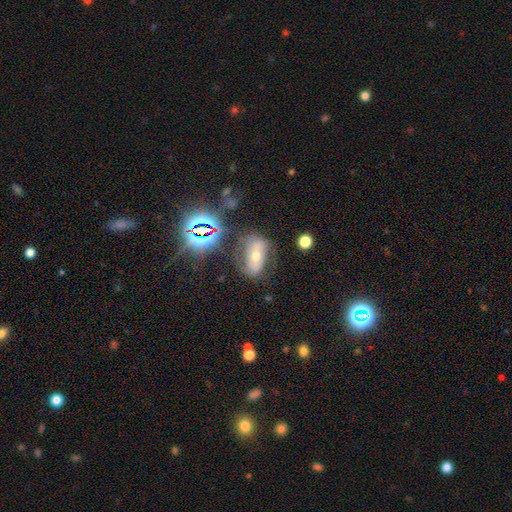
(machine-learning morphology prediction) A featured or disk galaxy (44%). Merging: none (58%).